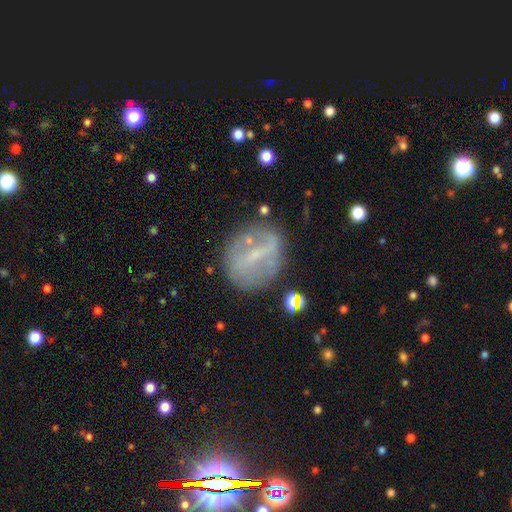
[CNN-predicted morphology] A featured or disk galaxy (60%) with a strong bar (59%), no spiral arms (69%) and a small central bulge (60%). Merging: none (74%).